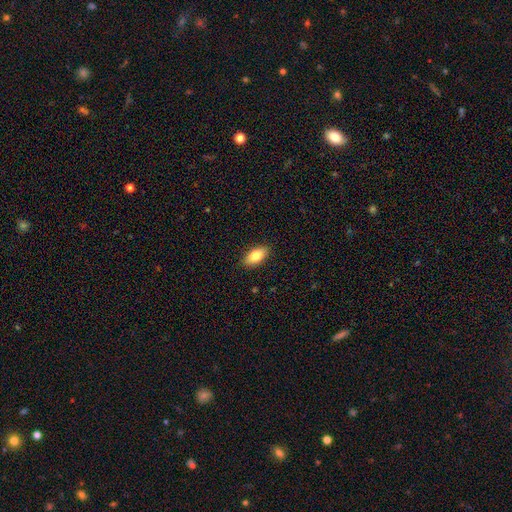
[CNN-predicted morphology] Smooth or featured? smooth (82%)
How rounded? in between (92%)
Merging? none (89%)